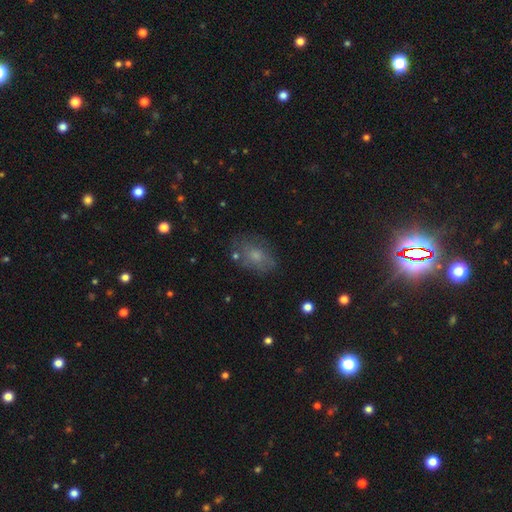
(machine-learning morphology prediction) This appears to be a smooth galaxy with no disk features (64%) that is in between round and cigar-shaped (82%). Merging: none (65%).